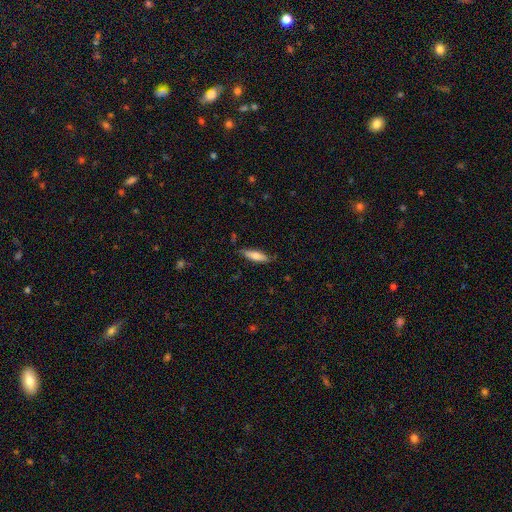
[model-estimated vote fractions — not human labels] Smooth or featured: smooth — 70% (featured or disk — 24%)
How rounded: cigar-shaped — 58% (in between — 41%)
Merging: none — 79% (minor disturbance — 17%)